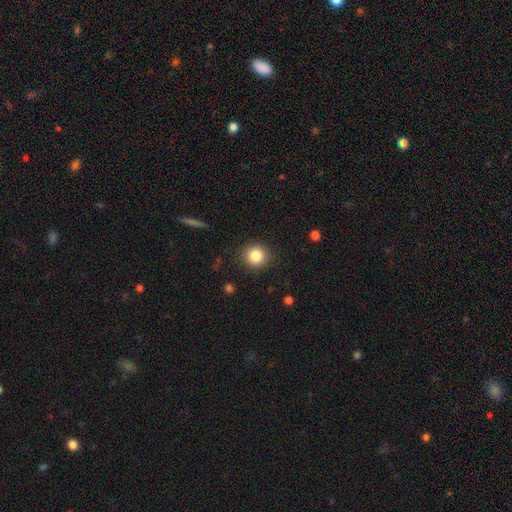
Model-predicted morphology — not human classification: This appears to be a smooth galaxy with no disk features (84%) that is round (91%). Merging: none (89%).